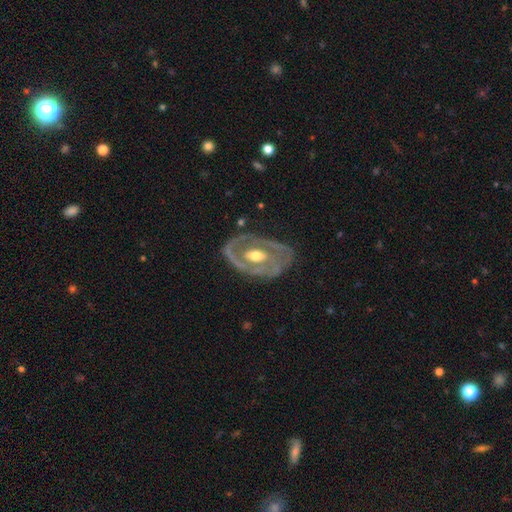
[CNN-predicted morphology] The model was most divided on "bar": no: 51%, weak: 33%, strong: 16%. More confident: edge-on disk — no (95%); smooth or featured — featured or disk (83%); bulge size — moderate (74%); merging — none (71%); spiral arms — yes (70%); spiral winding — tight (56%); spiral arm count — 2 (53%).